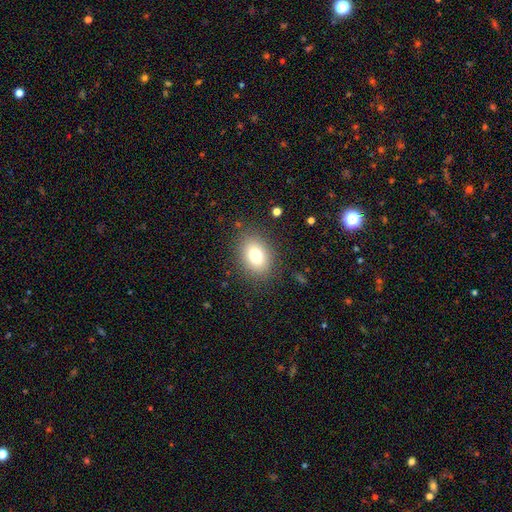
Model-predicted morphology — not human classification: This is likely a smooth galaxy (77%). How rounded: likely in between (68%). Merging: clearly none (84%).